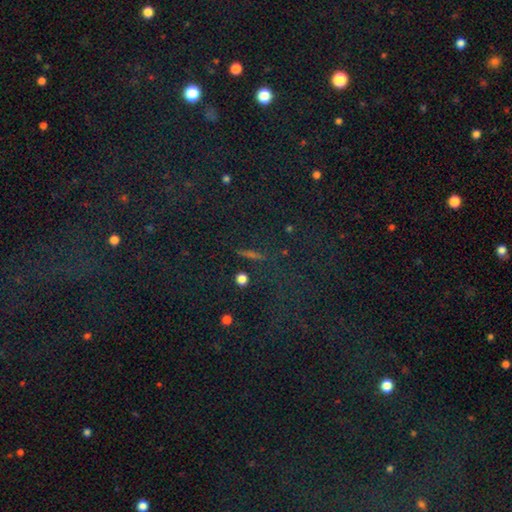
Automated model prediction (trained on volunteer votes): Q: Smooth or featured?
A: star or artifact (67%); runner-up: smooth (20%)